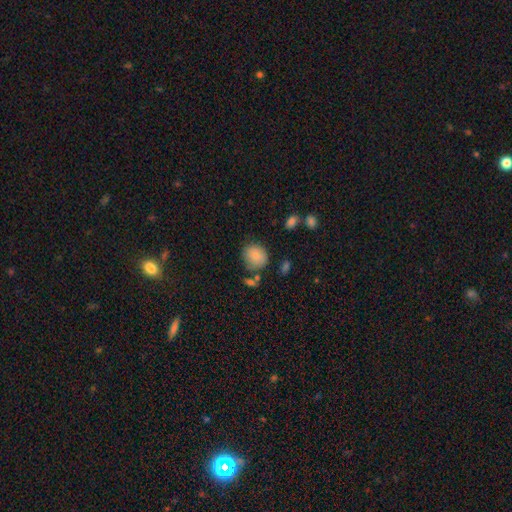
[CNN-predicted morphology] The model was most divided on "merging": none: 70%, minor disturbance: 18%, merger: 6%, major disturbance: 5%. More confident: smooth or featured — smooth (85%); how rounded — round (76%).